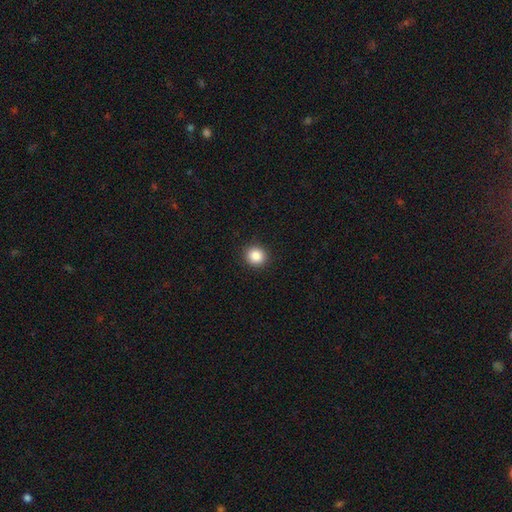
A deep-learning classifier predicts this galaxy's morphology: A smooth galaxy with no disk features (87%) that is round (90%). Merging: none (92%).